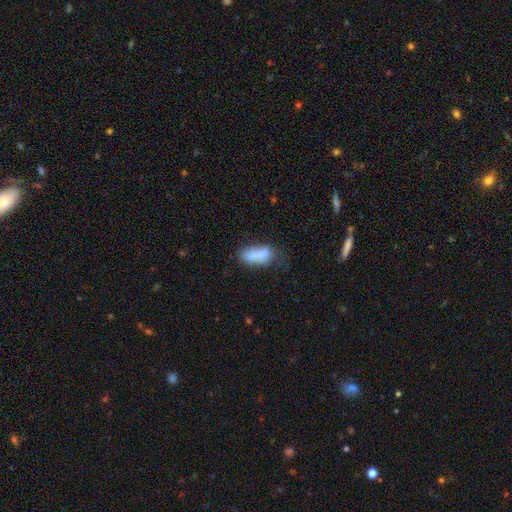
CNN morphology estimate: A smooth galaxy with no disk features (78%) that is in between round and cigar-shaped (85%).

Vote fractions:
- Smooth or featured? smooth: 78% / featured or disk: 13% / star or artifact: 9%
- How rounded? in between: 85% / cigar-shaped: 12% / round: 3%
- Merging? none: 42% / minor disturbance: 31% / major disturbance: 18% / merger: 9%